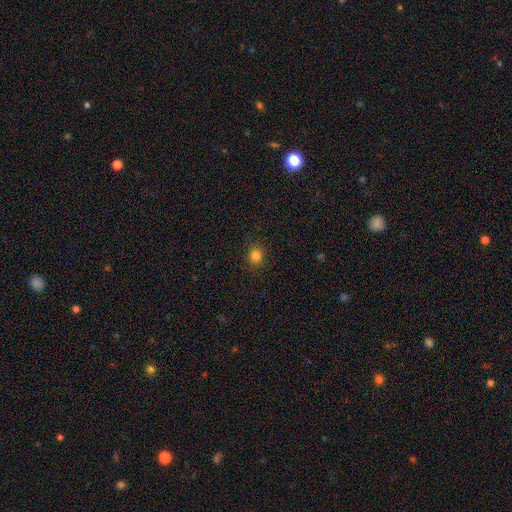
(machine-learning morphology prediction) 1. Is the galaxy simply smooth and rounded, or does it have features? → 83% smooth, 13% star or artifact, 4% featured or disk.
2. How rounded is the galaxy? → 80% round, 19% in between, 1% cigar-shaped.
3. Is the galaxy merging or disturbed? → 89% none, 8% minor disturbance, 2% major disturbance, 1% merger.